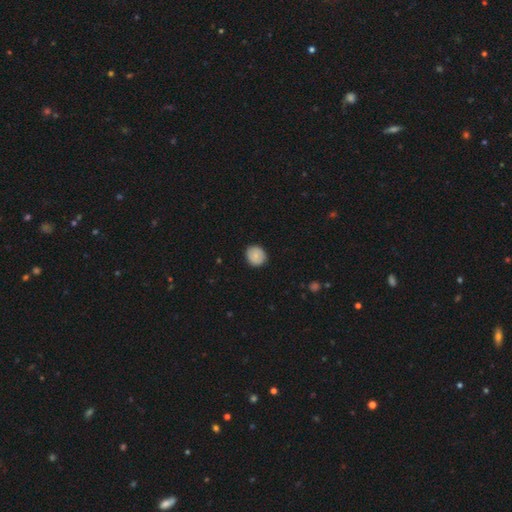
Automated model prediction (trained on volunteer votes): A smooth galaxy with no disk features (79%) that is round (83%).

Vote fractions:
- Smooth or featured? smooth: 79% / featured or disk: 14% / star or artifact: 7%
- How rounded? round: 83% / in between: 16% / cigar-shaped: 1%
- Merging? none: 87% / minor disturbance: 10% / major disturbance: 2% / merger: 1%